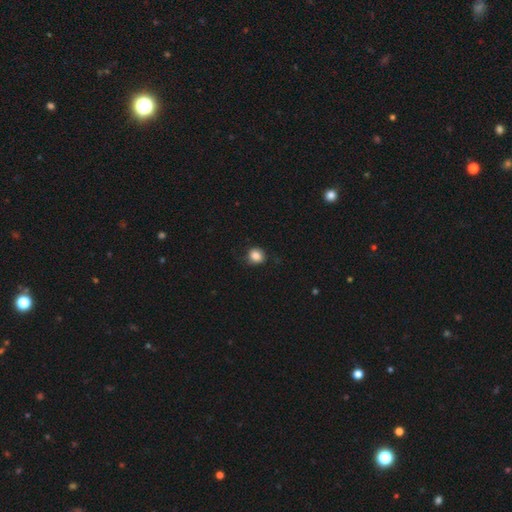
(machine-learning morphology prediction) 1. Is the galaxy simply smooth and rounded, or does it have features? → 85% smooth, 10% star or artifact, 5% featured or disk.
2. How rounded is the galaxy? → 80% round, 19% in between, 1% cigar-shaped.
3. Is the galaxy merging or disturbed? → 82% none, 14% minor disturbance, 3% major disturbance, 1% merger.